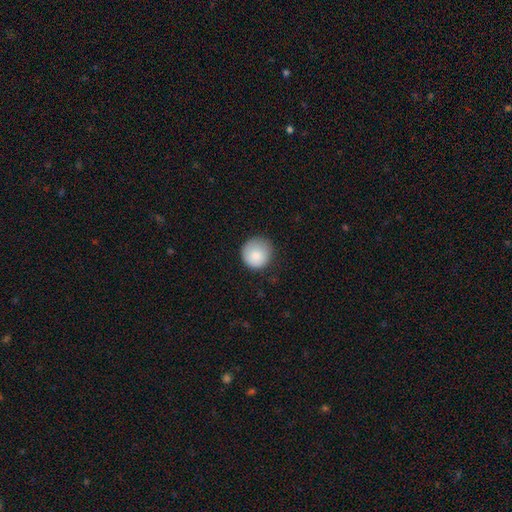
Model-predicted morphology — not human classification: smooth-or-featured: smooth: 85% | star or artifact: 8% | featured or disk: 7%
  how-rounded: round: 93% | in between: 6% | cigar-shaped: 1%
  merging: none: 76% | minor disturbance: 18% | major disturbance: 5% | merger: 1%